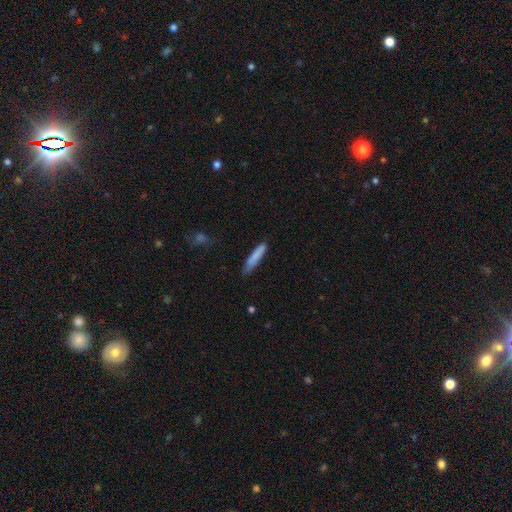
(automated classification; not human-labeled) Q: Smooth or featured?
A: smooth (82%); runner-up: featured or disk (12%)
Q: How rounded?
A: cigar-shaped (88%); runner-up: in between (11%)
Q: Merging?
A: none (72%); runner-up: minor disturbance (22%)